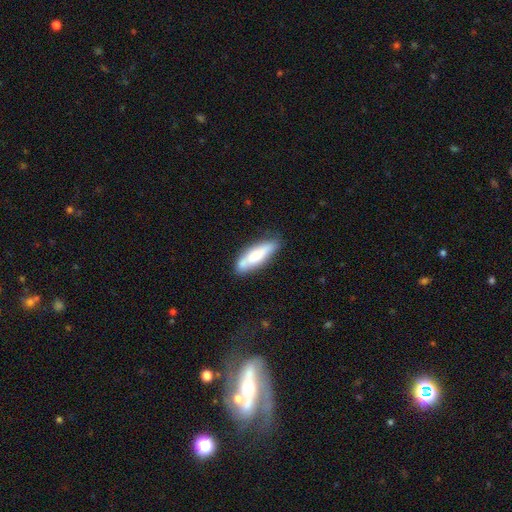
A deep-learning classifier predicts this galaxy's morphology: type=smooth (69%); roundness=cigar-shaped (57%); merging=none (67%).